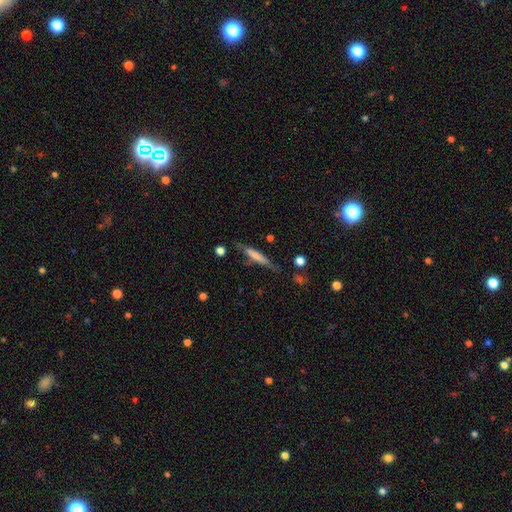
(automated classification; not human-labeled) smooth 59%, featured or disk 35%, star or artifact 7%. Down the decision tree: how rounded — cigar-shaped (90%); merging — none (66%).